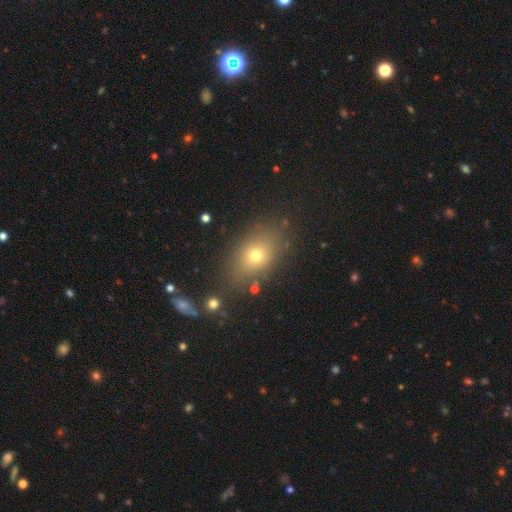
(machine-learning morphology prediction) The model was most divided on "how rounded": in between: 71%, round: 27%, cigar-shaped: 2%. More confident: merging — none (81%); smooth or featured — smooth (69%).